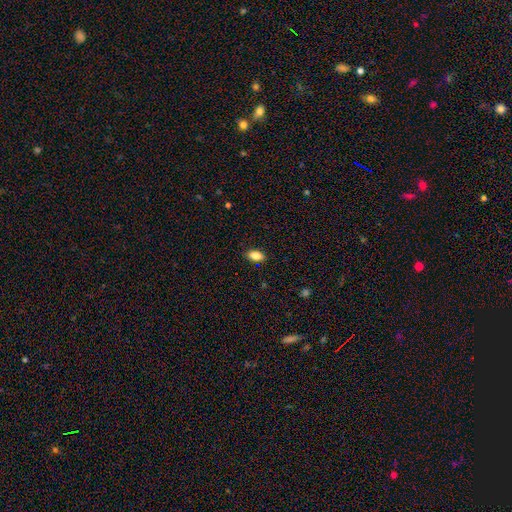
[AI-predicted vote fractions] Smooth or featured: smooth — 86% (star or artifact — 8%)
How rounded: in between — 91% (round — 5%)
Merging: none — 88% (minor disturbance — 9%)